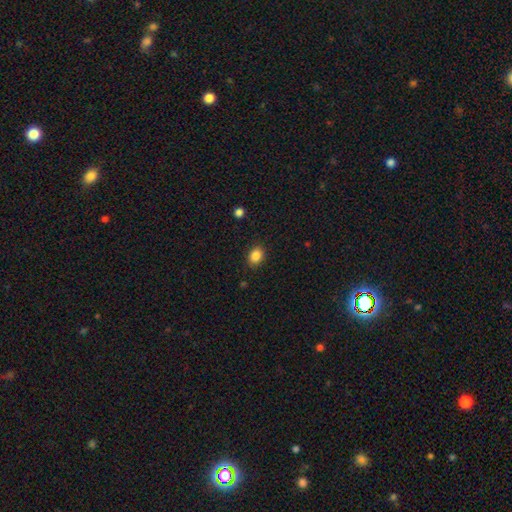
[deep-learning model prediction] Smooth or featured? Predicted: smooth (p=0.86). How rounded? Predicted: in between (p=0.57). Merging? Predicted: none (p=0.88).